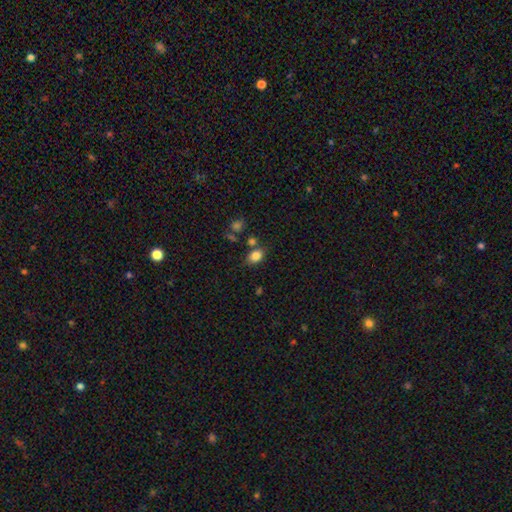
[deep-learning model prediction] Smooth or featured: smooth — 84% (star or artifact — 10%)
How rounded: in between — 73% (round — 26%)
Merging: none — 71% (minor disturbance — 14%)